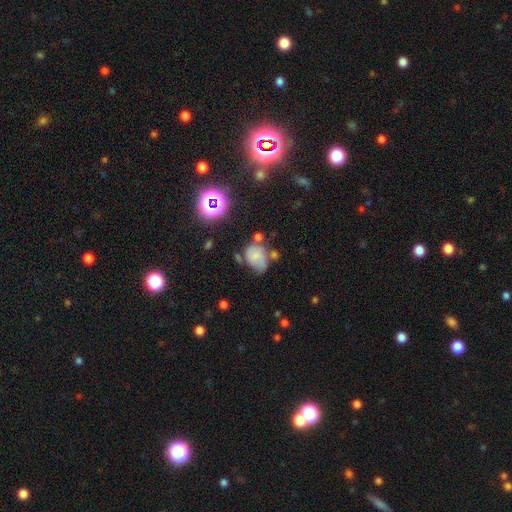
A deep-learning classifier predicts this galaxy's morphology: smooth-or-featured: smooth: 57% | featured or disk: 28% | star or artifact: 16%
  how-rounded: in between: 66% | round: 33% | cigar-shaped: 1%
  merging: none: 38% | minor disturbance: 31% | major disturbance: 16% | merger: 14%